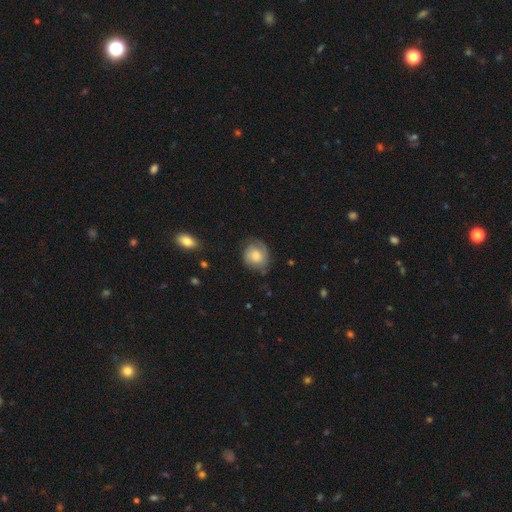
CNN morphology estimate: Smooth or featured?
  - smooth: 53% *
  - featured or disk: 39%
  - star or artifact: 8%
How rounded?
  - round: 70% *
  - in between: 29%
  - cigar-shaped: 1%
Merging?
  - none: 62% *
  - minor disturbance: 26%
  - major disturbance: 10%
  - merger: 1%